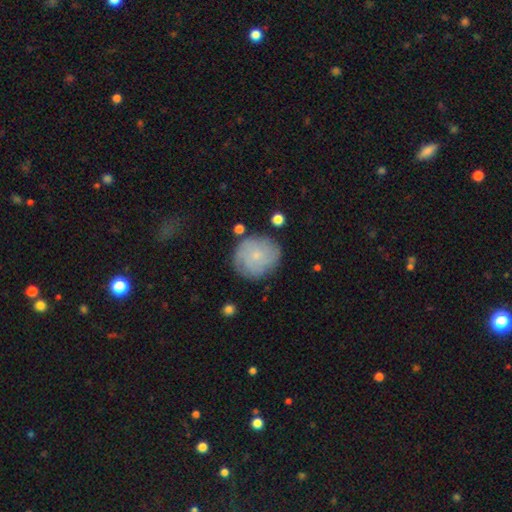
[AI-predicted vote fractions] Q: Smooth or featured?
A: smooth (52%); runner-up: featured or disk (40%)
Q: How rounded?
A: round (85%); runner-up: in between (14%)
Q: Merging?
A: none (75%); runner-up: minor disturbance (17%)